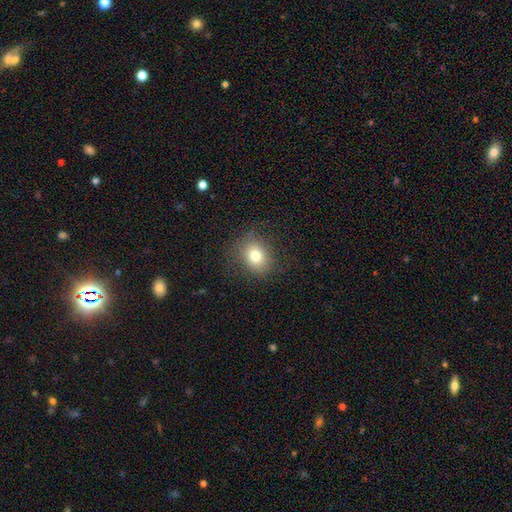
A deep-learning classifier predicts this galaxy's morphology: The model was most divided on "how rounded": round: 63%, in between: 36%, cigar-shaped: 1%. More confident: merging — none (81%); smooth or featured — smooth (76%).